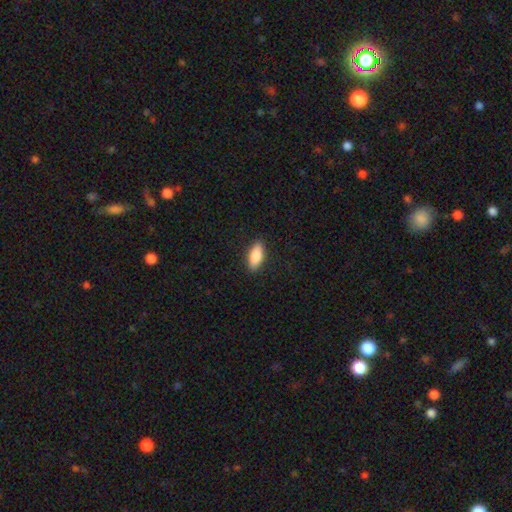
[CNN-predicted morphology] Smooth or featured: smooth — 86% (featured or disk — 8%)
How rounded: in between — 81% (cigar-shaped — 16%)
Merging: none — 89% (minor disturbance — 8%)